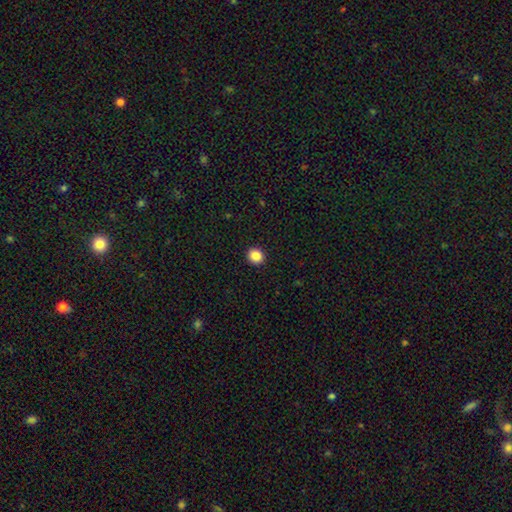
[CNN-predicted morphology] smooth-or-featured: smooth: 87% | star or artifact: 10% | featured or disk: 3%
  how-rounded: round: 85% | in between: 14% | cigar-shaped: 1%
  merging: none: 93% | minor disturbance: 5% | major disturbance: 2% | merger: 1%